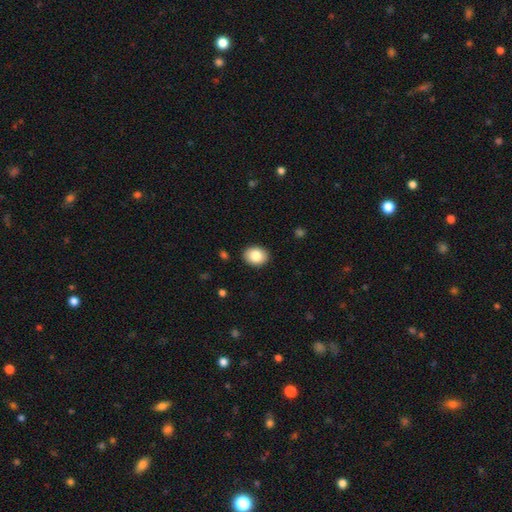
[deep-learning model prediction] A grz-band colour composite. It shows a smooth galaxy with no disk features (85%) that is in between round and cigar-shaped (56%). Merging: none (90%).